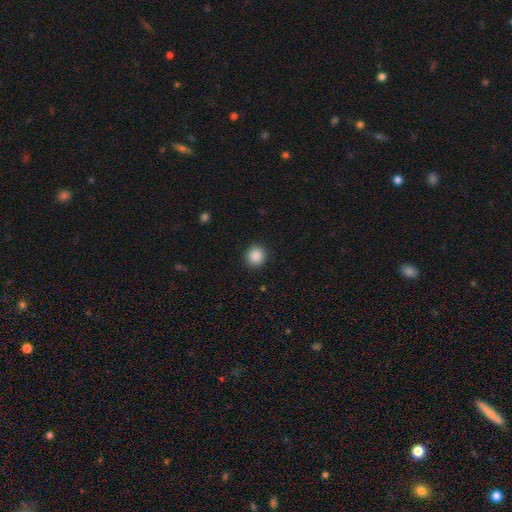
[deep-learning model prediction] Q: Smooth or featured?
A: smooth (88%); runner-up: star or artifact (9%)
Q: How rounded?
A: round (93%); runner-up: in between (6%)
Q: Merging?
A: none (92%); runner-up: minor disturbance (5%)